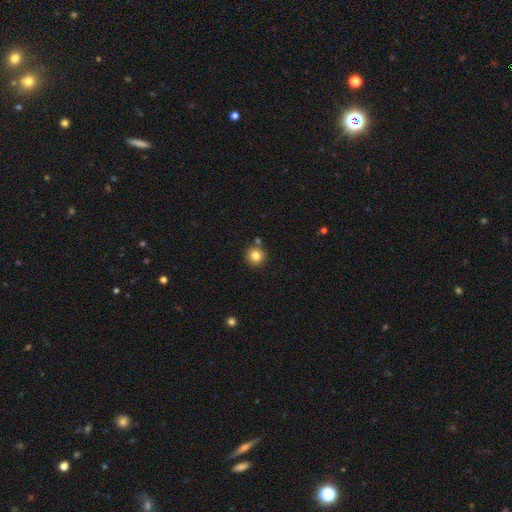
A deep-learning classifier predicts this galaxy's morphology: Q: Smooth or featured?
A: smooth (83%); runner-up: star or artifact (11%)
Q: How rounded?
A: round (94%); runner-up: in between (5%)
Q: Merging?
A: none (84%); runner-up: minor disturbance (8%)